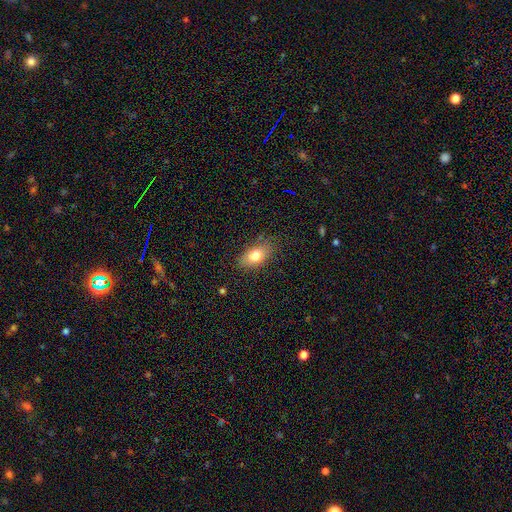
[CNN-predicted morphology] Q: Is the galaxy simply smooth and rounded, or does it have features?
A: smooth — 77%.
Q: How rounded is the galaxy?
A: in between — 87%.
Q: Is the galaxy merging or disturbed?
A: none — 77%.